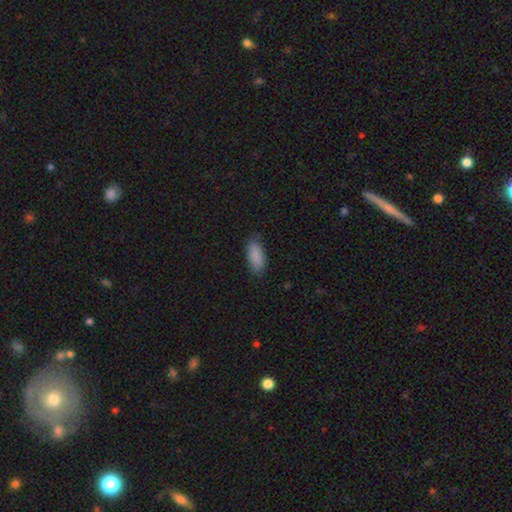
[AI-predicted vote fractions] smooth_or_featured: smooth (p=0.88) [alt: star or artifact p=0.07]
how_rounded: in between (p=0.85) [alt: cigar-shaped p=0.13]
merging: none (p=0.79) [alt: minor disturbance p=0.17]